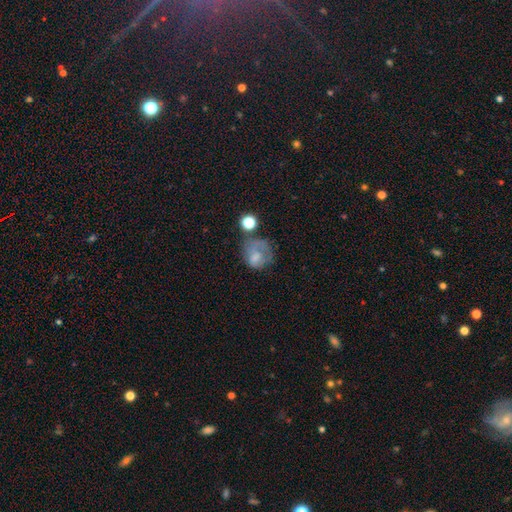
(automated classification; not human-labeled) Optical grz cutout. It shows a smooth galaxy with no disk features (57%) that is round (66%). Merging: none (34%).